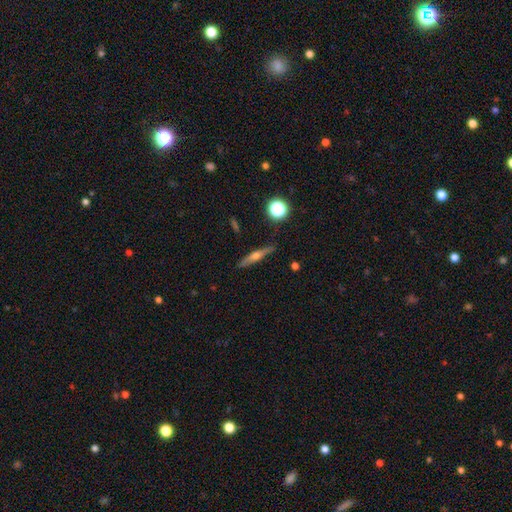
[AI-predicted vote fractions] Smooth or featured: featured or disk — 56% (smooth — 35%)
Edge-on disk: yes — 95% (no — 5%)
Edge-on bulge: rounded — 87% (none — 8%)
Merging: none — 86% (minor disturbance — 10%)